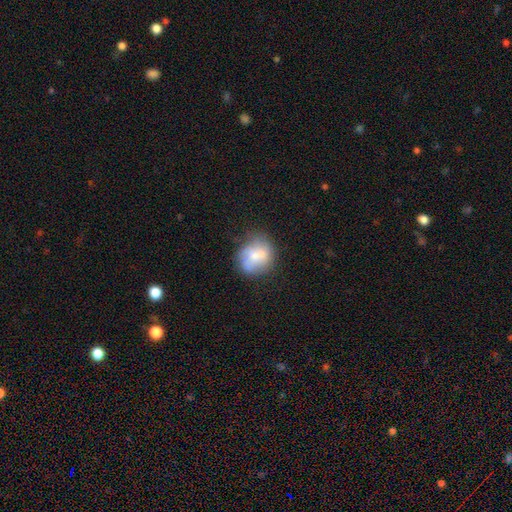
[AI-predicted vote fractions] A smooth galaxy with no disk features (57%) that is round (69%).

Vote fractions:
- Smooth or featured? smooth: 57% / featured or disk: 34% / star or artifact: 8%
- How rounded? round: 69% / in between: 30% / cigar-shaped: 1%
- Merging? none: 49% / minor disturbance: 26% / major disturbance: 13% / merger: 12%